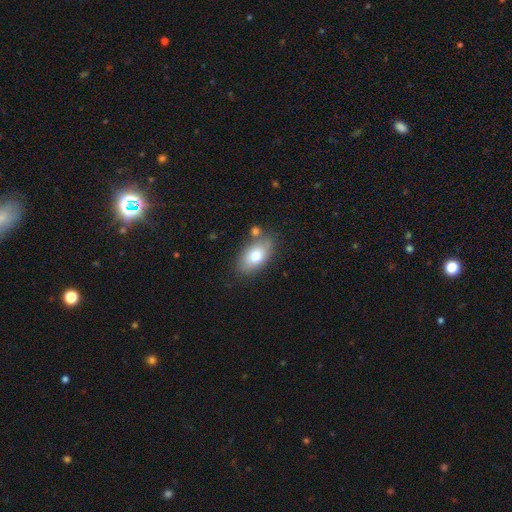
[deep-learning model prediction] Overall: smooth (75%). How rounded: in between (91%). Merging: none (72%).